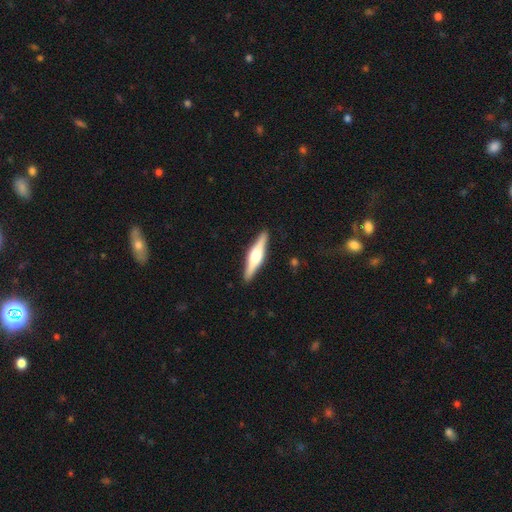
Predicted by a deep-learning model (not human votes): This is likely a featured or disk galaxy (69%). It is clearly viewed edge-on (97%). Edge-on bulge: clearly rounded (84%). Merging: clearly none (90%).